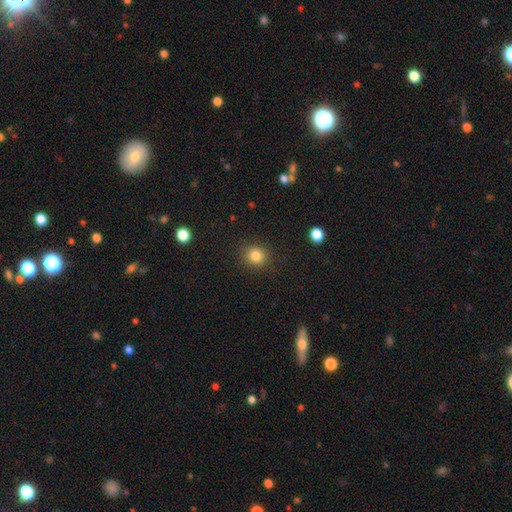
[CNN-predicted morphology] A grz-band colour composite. It shows a smooth galaxy with no disk features (84%) that is round (85%). Merging: none (89%).